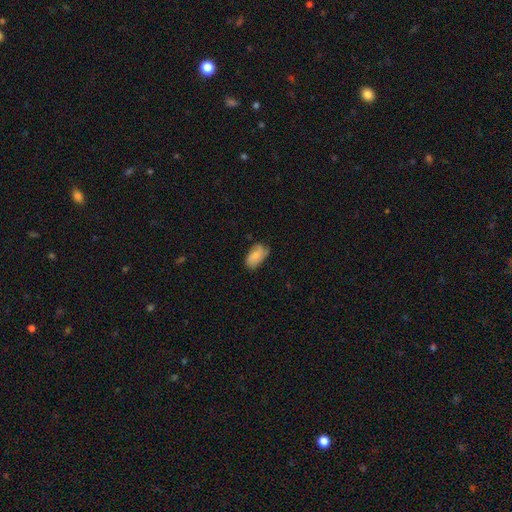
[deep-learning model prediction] A smooth galaxy with no disk features (70%) that is in between round and cigar-shaped (93%).

Vote fractions:
- Smooth or featured? smooth: 70% / featured or disk: 22% / star or artifact: 7%
- How rounded? in between: 93% / round: 5% / cigar-shaped: 2%
- Merging? none: 56% / minor disturbance: 33% / major disturbance: 9% / merger: 2%